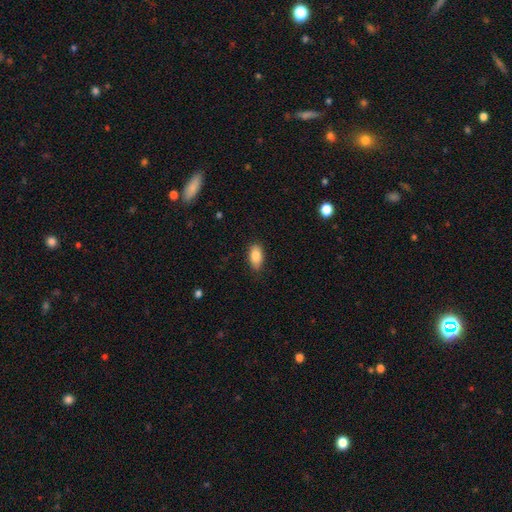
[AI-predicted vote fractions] smooth-or-featured: smooth: 85% | featured or disk: 7% | star or artifact: 7%
  how-rounded: in between: 91% | cigar-shaped: 5% | round: 4%
  merging: none: 85% | minor disturbance: 12% | major disturbance: 2% | merger: 1%